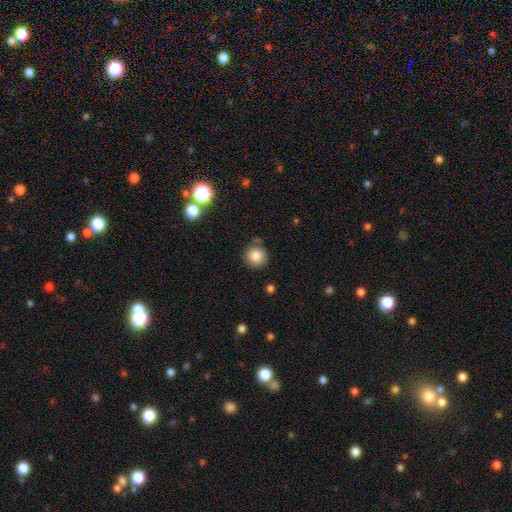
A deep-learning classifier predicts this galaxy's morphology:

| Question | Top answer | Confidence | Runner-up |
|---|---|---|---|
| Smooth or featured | smooth | 84% | star or artifact (10%) |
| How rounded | round | 93% | in between (6%) |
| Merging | none | 81% | minor disturbance (11%) |